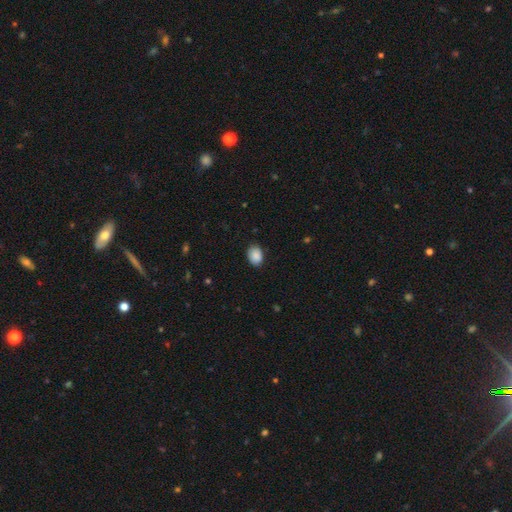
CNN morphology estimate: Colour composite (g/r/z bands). It shows a smooth galaxy with no disk features (89%) that is in between round and cigar-shaped (75%). Merging: none (85%).